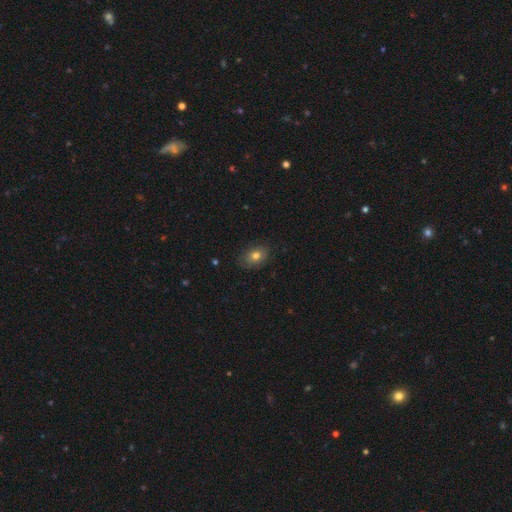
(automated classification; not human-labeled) Smooth or featured: smooth — 77% (featured or disk — 13%)
How rounded: in between — 73% (round — 25%)
Merging: none — 81% (minor disturbance — 15%)